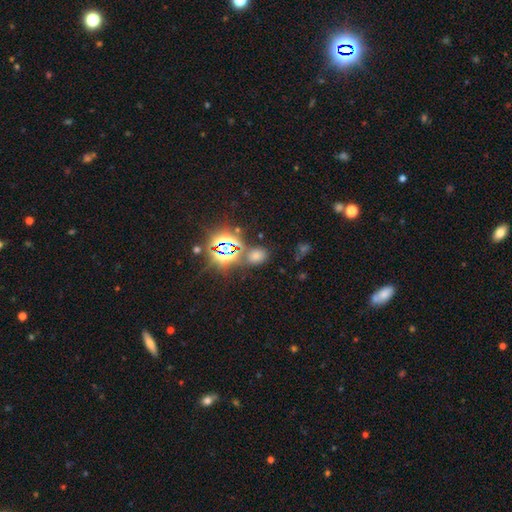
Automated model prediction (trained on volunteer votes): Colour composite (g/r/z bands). It shows a smooth galaxy with no disk features (55%) that is in between round and cigar-shaped (61%). Merging: none (76%).